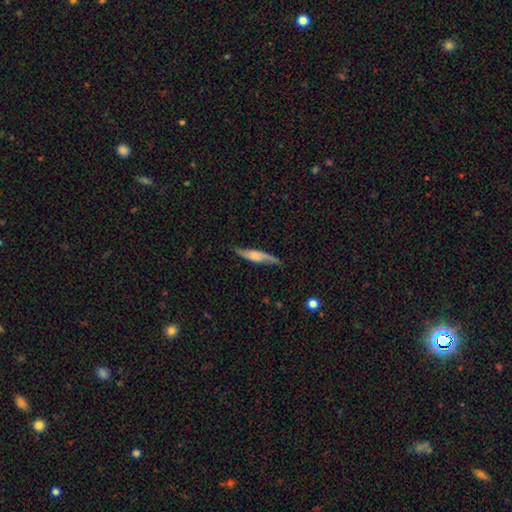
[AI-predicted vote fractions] Q: Smooth or featured?
A: featured or disk (57%); runner-up: smooth (37%)
Q: Edge-on disk?
A: yes (57%); runner-up: no (43%)
Q: Merging?
A: none (74%); runner-up: minor disturbance (19%)